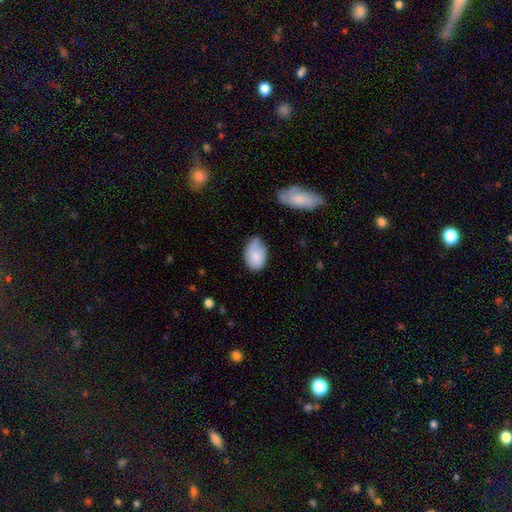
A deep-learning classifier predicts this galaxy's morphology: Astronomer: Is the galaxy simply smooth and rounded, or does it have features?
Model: smooth — 83%.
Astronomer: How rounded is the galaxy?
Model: in between — 90%.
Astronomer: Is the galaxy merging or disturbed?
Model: none — 50% (runner-up: minor disturbance, 38%).